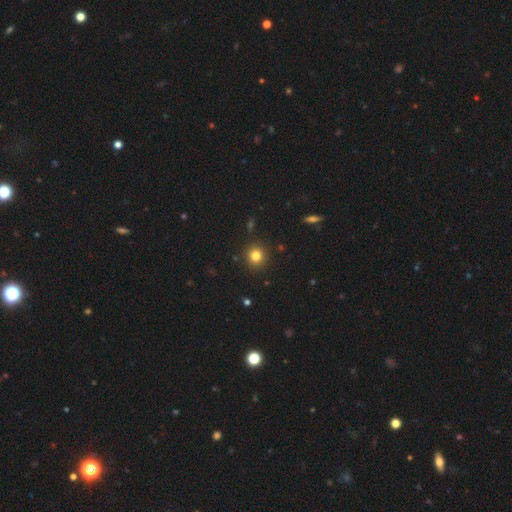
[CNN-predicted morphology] This appears to be a smooth galaxy with no disk features (81%) that is round (92%). Merging: none (91%).